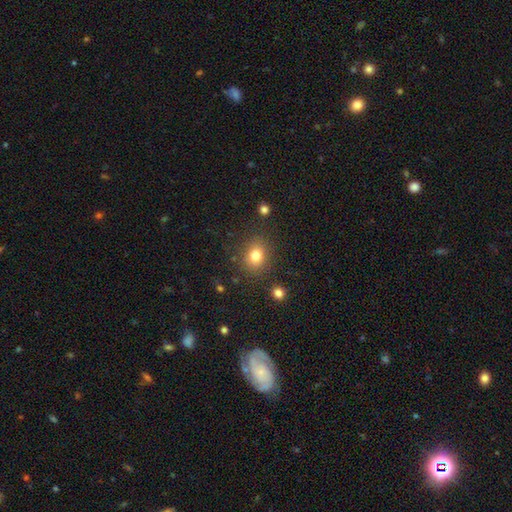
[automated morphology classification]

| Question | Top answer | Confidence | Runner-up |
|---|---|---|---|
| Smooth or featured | smooth | 79% | star or artifact (13%) |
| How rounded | round | 61% | in between (38%) |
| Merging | none | 83% | minor disturbance (10%) |